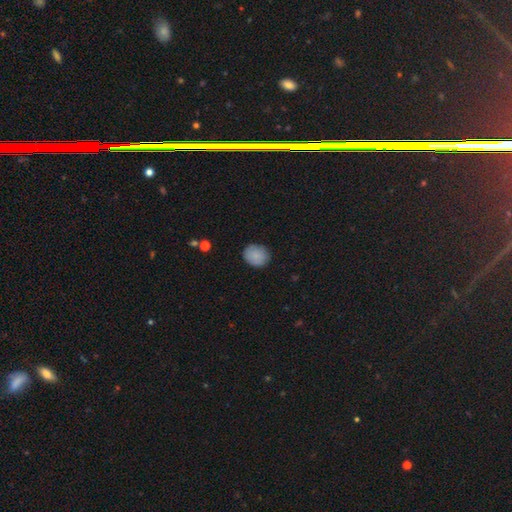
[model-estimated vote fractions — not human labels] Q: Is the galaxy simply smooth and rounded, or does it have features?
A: smooth — 86%.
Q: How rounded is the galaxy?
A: round — 68%.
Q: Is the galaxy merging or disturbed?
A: none — 86%.